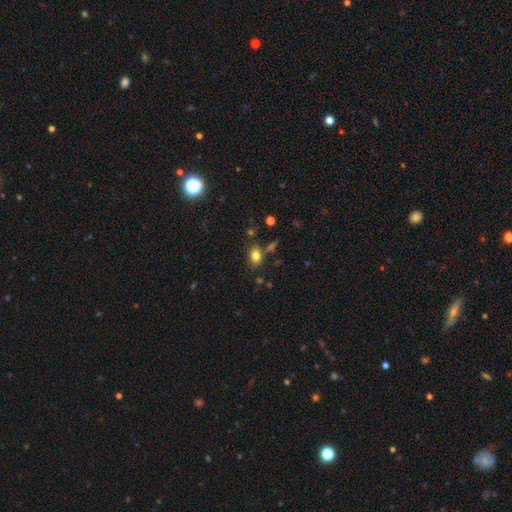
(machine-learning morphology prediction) Overall: smooth (79%). How rounded: in between (73%). Merging: none (73%).